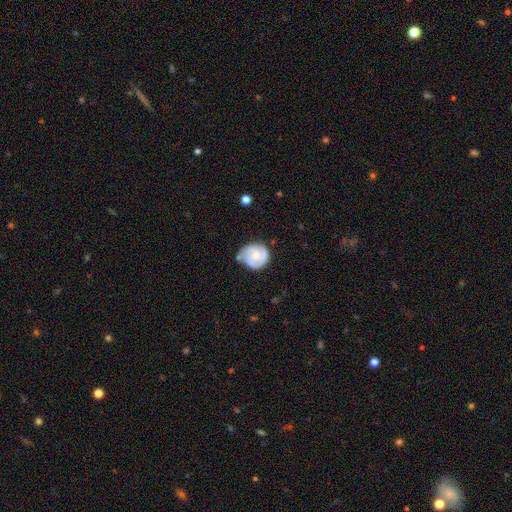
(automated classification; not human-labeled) This is possibly a featured or disk galaxy (60%). It is clearly not viewed edge-on (98%). Bar: likely no (69%). Spiral arm pattern: clearly yes (86%). Spiral arm count: marginally 2 (45%). Spiral winding: possibly tight (52%). Central bulge: possibly small (46%). Merging: possibly none (55%).